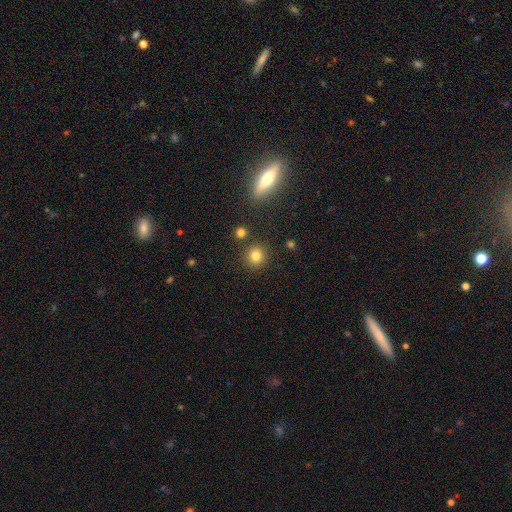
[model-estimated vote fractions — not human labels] Smooth or featured: smooth — 81% (star or artifact — 13%)
How rounded: round — 90% (in between — 9%)
Merging: none — 86% (minor disturbance — 7%)